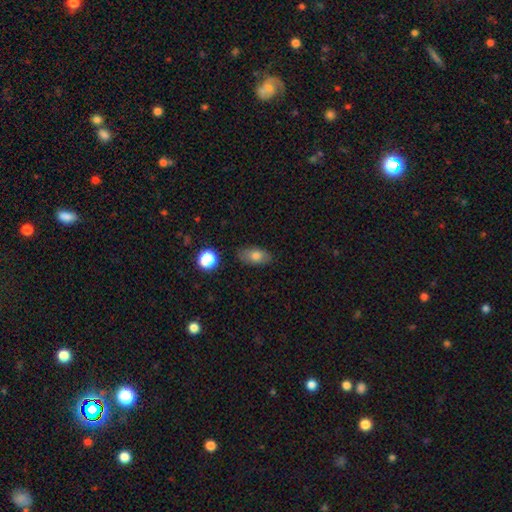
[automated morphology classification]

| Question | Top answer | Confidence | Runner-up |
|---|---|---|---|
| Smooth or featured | smooth | 77% | featured or disk (14%) |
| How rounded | in between | 87% | round (9%) |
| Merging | none | 82% | minor disturbance (13%) |